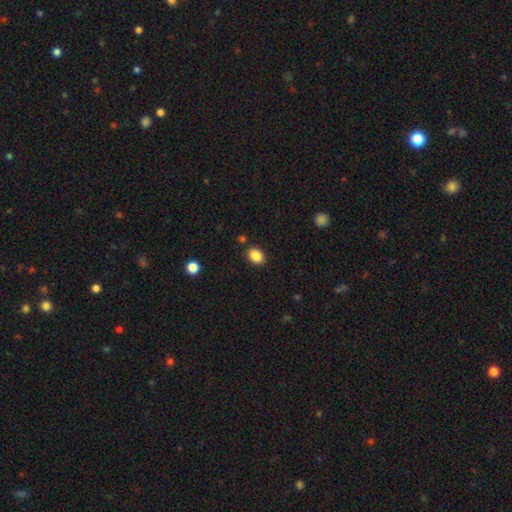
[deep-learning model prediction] A smooth galaxy with no disk features (87%) that is in between round and cigar-shaped (67%).

Vote fractions:
- Smooth or featured? smooth: 87% / star or artifact: 9% / featured or disk: 4%
- How rounded? in between: 67% / round: 32% / cigar-shaped: 1%
- Merging? none: 87% / minor disturbance: 8% / merger: 2% / major disturbance: 2%